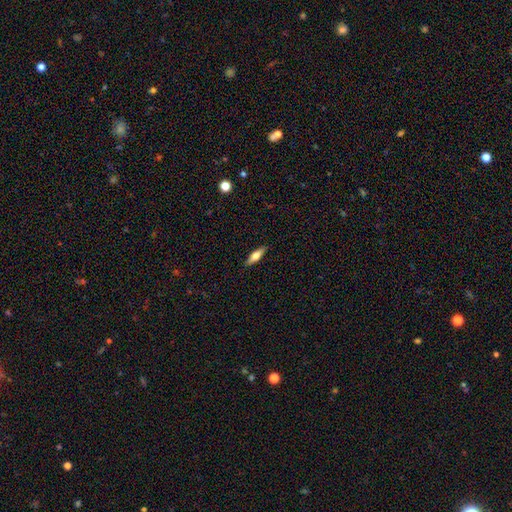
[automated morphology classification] A smooth galaxy with no disk features (54%) that is cigar-shaped (58%).

Vote fractions:
- Smooth or featured? smooth: 54% / featured or disk: 39% / star or artifact: 6%
- How rounded? cigar-shaped: 58% / in between: 39% / round: 2%
- Merging? none: 89% / minor disturbance: 8% / major disturbance: 2% / merger: 1%